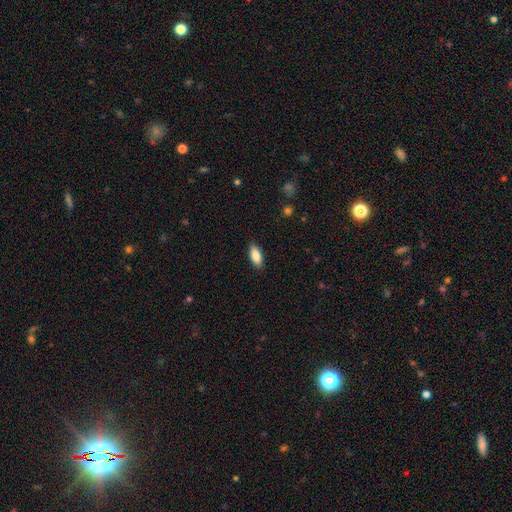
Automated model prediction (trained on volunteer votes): Q: Smooth or featured?
A: smooth (86%); runner-up: featured or disk (7%)
Q: How rounded?
A: in between (86%); runner-up: cigar-shaped (12%)
Q: Merging?
A: none (88%); runner-up: minor disturbance (9%)